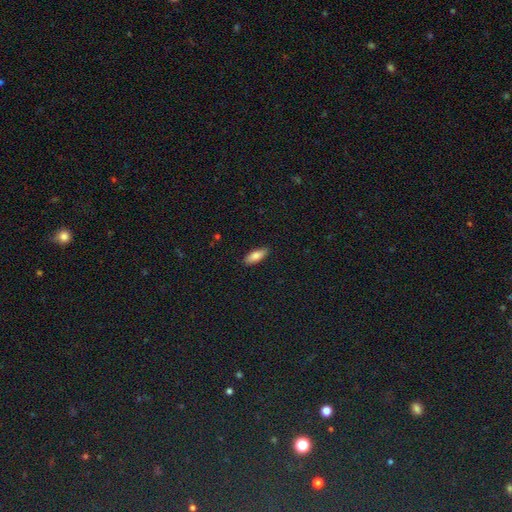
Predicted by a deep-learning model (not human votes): A smooth galaxy with no disk features (82%) that is in between round and cigar-shaped (72%).

Vote fractions:
- Smooth or featured? smooth: 82% / featured or disk: 11% / star or artifact: 7%
- How rounded? in between: 72% / cigar-shaped: 26% / round: 2%
- Merging? none: 87% / minor disturbance: 10% / major disturbance: 2% / merger: 1%